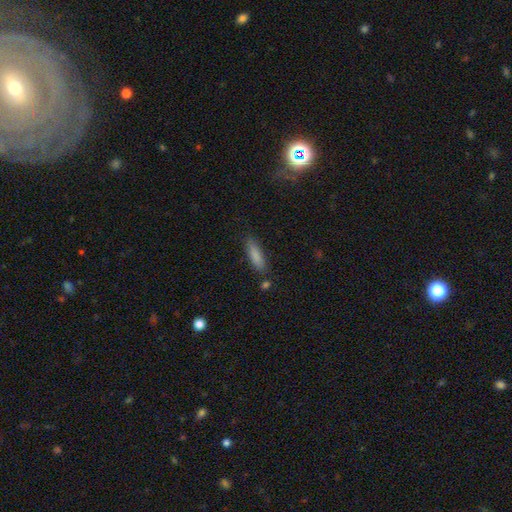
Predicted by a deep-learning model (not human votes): A smooth galaxy with no disk features (85%) that is cigar-shaped (64%). Merging: none (82%).